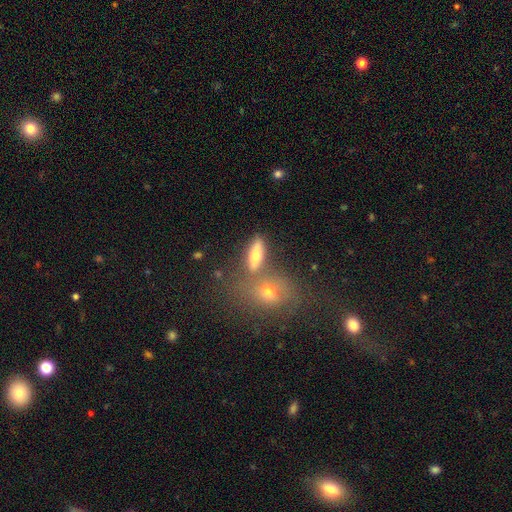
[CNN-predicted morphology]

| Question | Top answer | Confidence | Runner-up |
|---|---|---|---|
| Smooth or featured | smooth | 61% | featured or disk (25%) |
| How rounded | in between | 53% | cigar-shaped (36%) |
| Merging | none | 56% | merger (27%) |